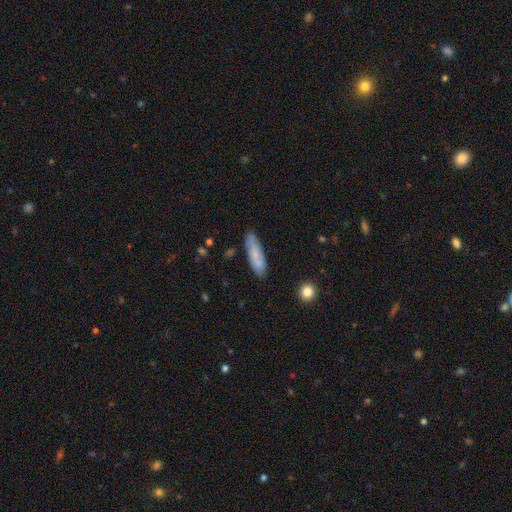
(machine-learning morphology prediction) smooth 68%, featured or disk 25%, star or artifact 7%. Down the decision tree: how rounded — cigar-shaped (62%); merging — none (77%).